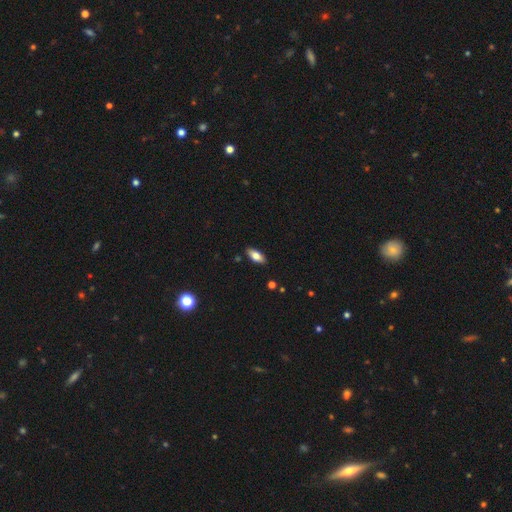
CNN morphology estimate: Smooth or featured?
  - smooth: 76% *
  - featured or disk: 17%
  - star or artifact: 7%
How rounded?
  - in between: 83% *
  - cigar-shaped: 14%
  - round: 2%
Merging?
  - none: 88% *
  - minor disturbance: 9%
  - major disturbance: 2%
  - merger: 1%